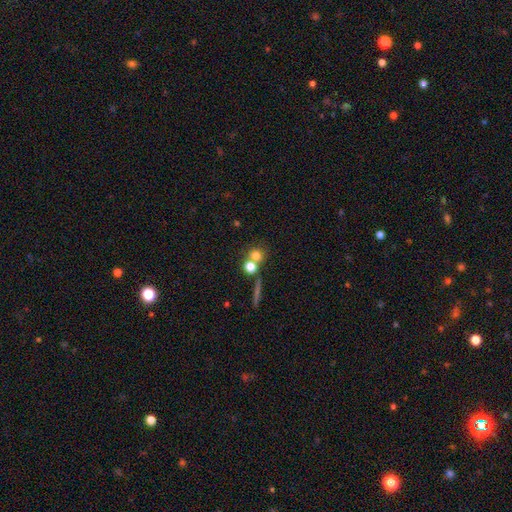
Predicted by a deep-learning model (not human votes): The model was most divided on "merging": none: 50%, merger: 40%, minor disturbance: 6%, major disturbance: 3%. More confident: how rounded — round (87%); smooth or featured — smooth (73%).